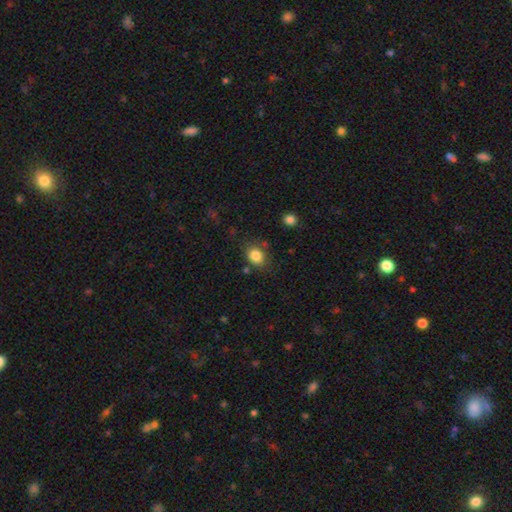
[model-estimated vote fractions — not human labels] smooth-or-featured: smooth: 84% | star or artifact: 10% | featured or disk: 6%
  how-rounded: in between: 53% | round: 46% | cigar-shaped: 1%
  merging: none: 73% | minor disturbance: 17% | major disturbance: 5% | merger: 5%